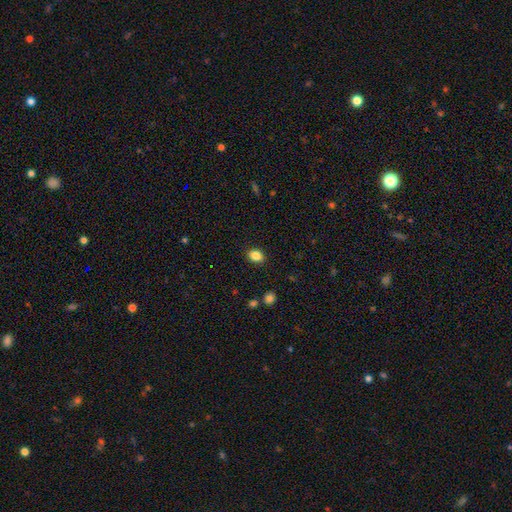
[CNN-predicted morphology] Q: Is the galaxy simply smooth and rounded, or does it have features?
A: smooth — 86%.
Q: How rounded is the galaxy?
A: in between — 62%.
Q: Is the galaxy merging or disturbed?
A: none — 89%.